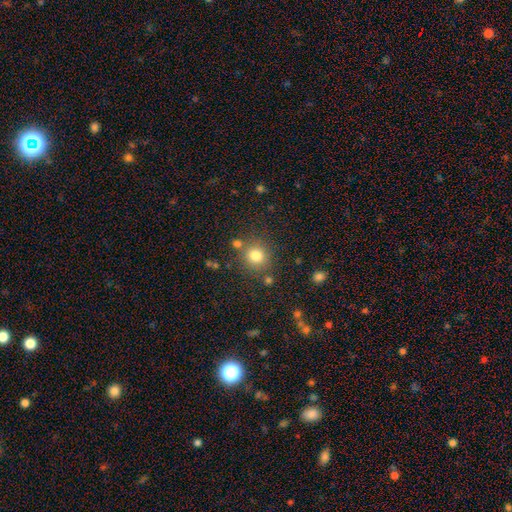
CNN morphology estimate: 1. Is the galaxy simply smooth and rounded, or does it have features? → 79% smooth, 14% star or artifact, 7% featured or disk.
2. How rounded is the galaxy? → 89% round, 10% in between, 1% cigar-shaped.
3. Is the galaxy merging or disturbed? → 78% none, 10% minor disturbance, 9% merger, 4% major disturbance.